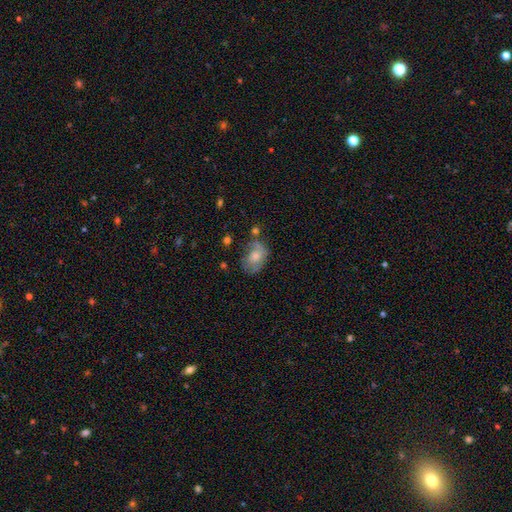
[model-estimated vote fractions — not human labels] Smooth or featured?
  - smooth: 55% *
  - featured or disk: 37%
  - star or artifact: 8%
How rounded?
  - in between: 79% *
  - round: 20%
  - cigar-shaped: 1%
Merging?
  - none: 43% *
  - minor disturbance: 31%
  - major disturbance: 18%
  - merger: 8%